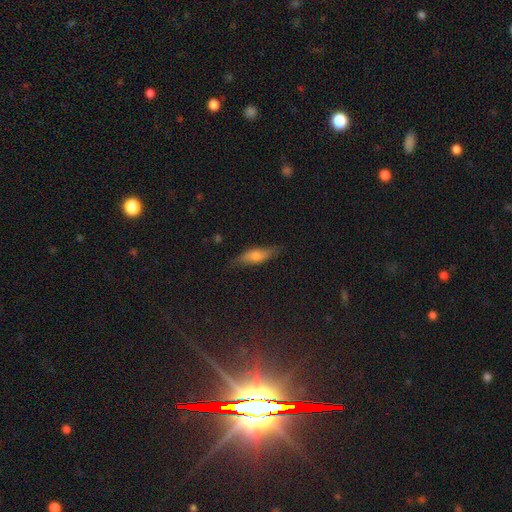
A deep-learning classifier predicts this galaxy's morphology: A smooth galaxy with no disk features (59%) that is cigar-shaped (50%). Merging: none (78%).